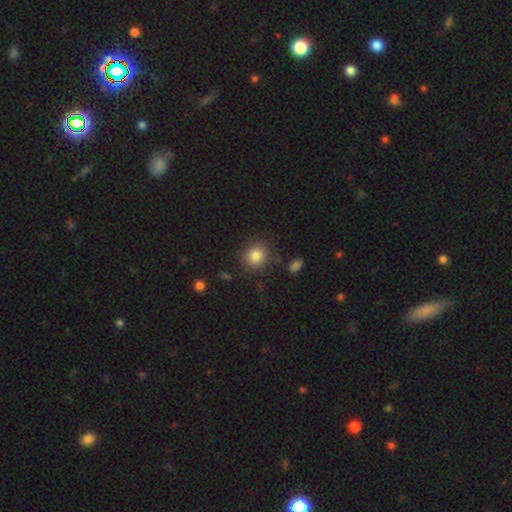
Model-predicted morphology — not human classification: Smooth or featured? smooth (84%)
How rounded? round (80%)
Merging? none (84%)